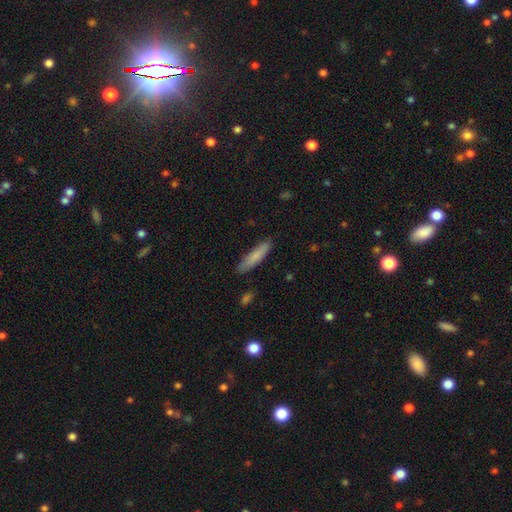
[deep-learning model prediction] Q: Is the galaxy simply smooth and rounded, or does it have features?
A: smooth — 81%.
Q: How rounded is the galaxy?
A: cigar-shaped — 83%.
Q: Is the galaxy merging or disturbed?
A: none — 87%.